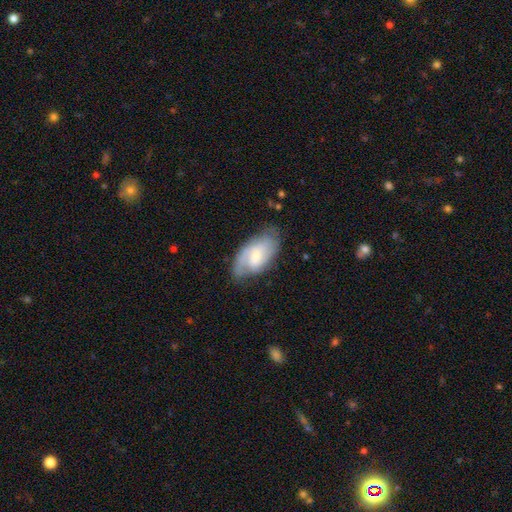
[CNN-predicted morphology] Smooth or featured: featured or disk — 66% (smooth — 28%)
Edge-on disk: no — 95% (yes — 5%)
Bar: no — 47% (weak — 44%)
Spiral arms: yes — 90% (no — 10%)
Spiral winding: medium — 45% (tight — 36%)
Spiral arm count: 2 — 54% (can't tell — 24%)
Bulge size: small — 53% (moderate — 36%)
Merging: none — 68% (minor disturbance — 23%)